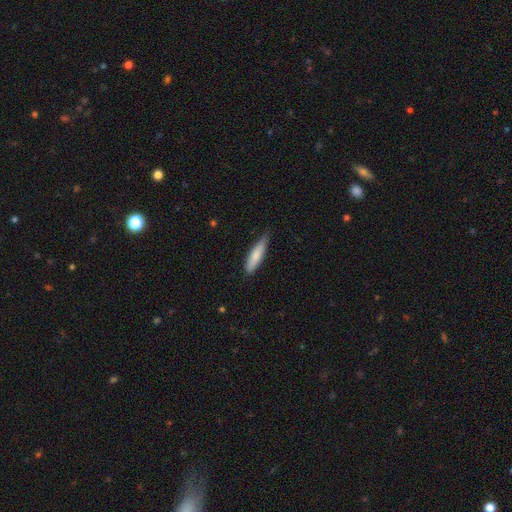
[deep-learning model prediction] Overall: smooth (79%). How rounded: cigar-shaped (77%). Merging: none (75%).